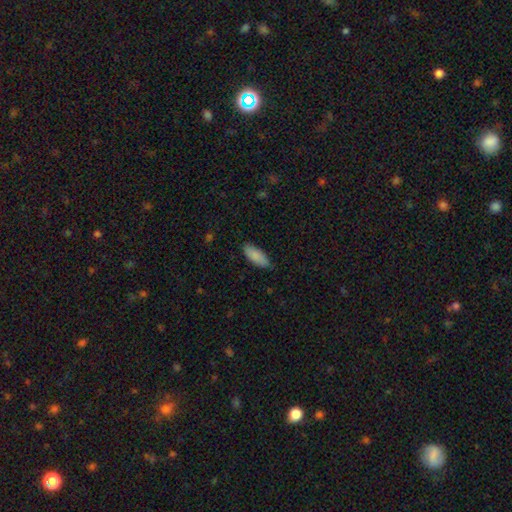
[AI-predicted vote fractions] smooth-or-featured: smooth: 89% | star or artifact: 6% | featured or disk: 6%
  how-rounded: in between: 78% | cigar-shaped: 20% | round: 2%
  merging: none: 84% | minor disturbance: 13% | major disturbance: 2% | merger: 1%